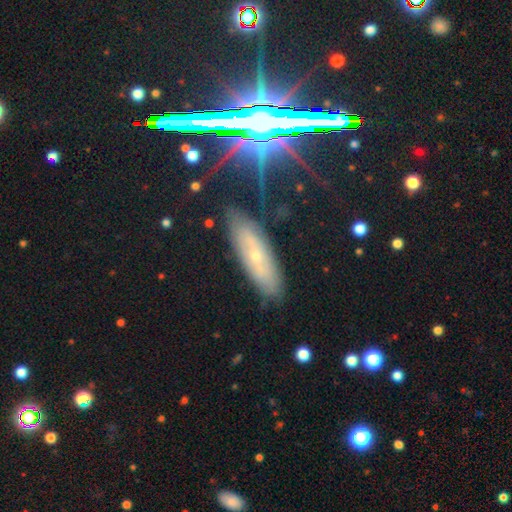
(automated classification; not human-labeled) Smooth or featured?
  - featured or disk: 48% *
  - smooth: 34%
  - star or artifact: 19%
Merging?
  - none: 82% *
  - minor disturbance: 13%
  - major disturbance: 3%
  - merger: 2%